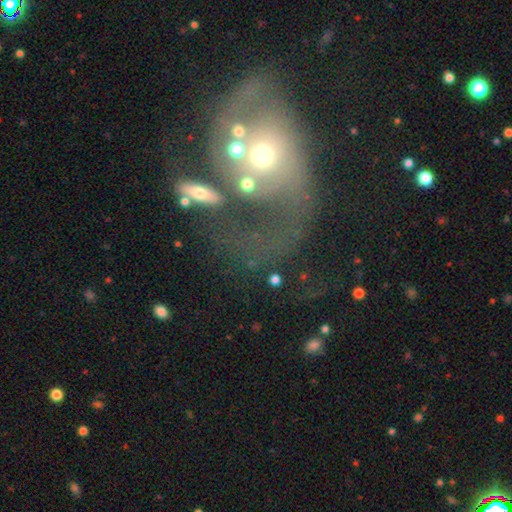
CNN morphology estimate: This appears to be a featured or disk galaxy (69%) with no bar (74%), spiral arms (71%) and a moderate central bulge (52%). Merging: merger (38%).